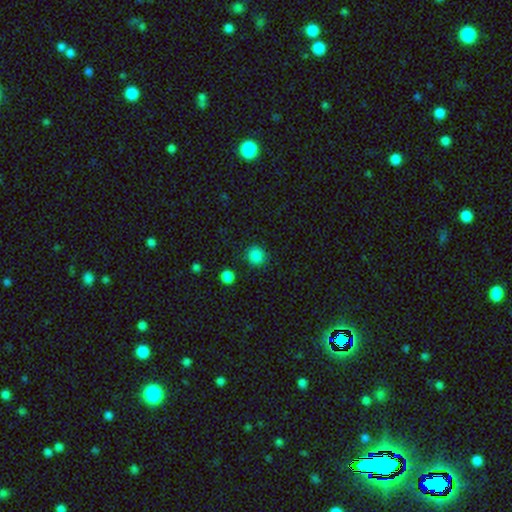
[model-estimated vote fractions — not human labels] This appears to be a smooth galaxy with no disk features (86%) that is round (89%). Merging: none (88%).